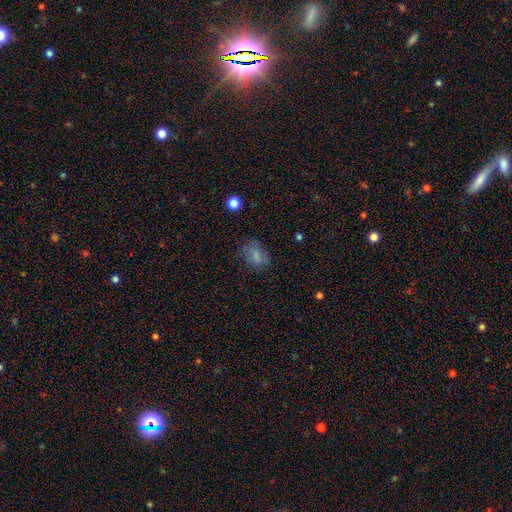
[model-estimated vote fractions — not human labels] Morphology: type=smooth (71%); roundness=in between (72%); merging=none (64%).